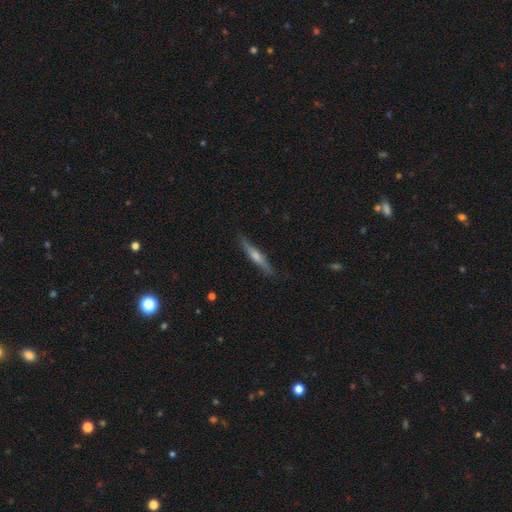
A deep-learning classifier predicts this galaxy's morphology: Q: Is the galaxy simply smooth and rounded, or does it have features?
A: featured or disk — 64%.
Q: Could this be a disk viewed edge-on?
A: yes — 97%.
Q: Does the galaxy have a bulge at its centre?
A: rounded — 80%.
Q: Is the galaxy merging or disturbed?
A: none — 89%.